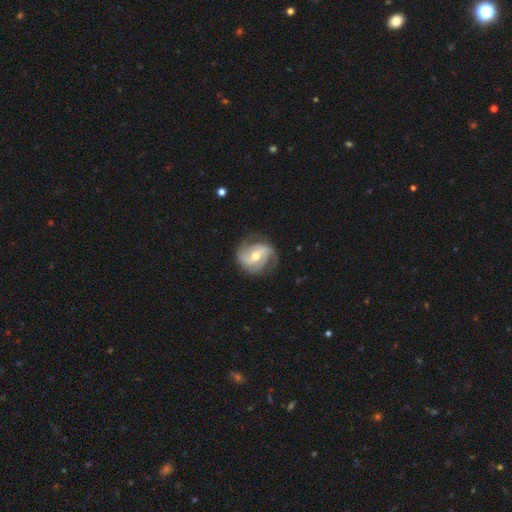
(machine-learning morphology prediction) This is clearly a featured or disk galaxy (85%). It is clearly not viewed edge-on (98%). Bar: possibly weak (46%). Spiral arm pattern: clearly yes (95%). Spiral arm count: possibly 2 (56%). Spiral winding: possibly medium (46%). Central bulge: likely moderate (65%). Merging: likely none (72%).